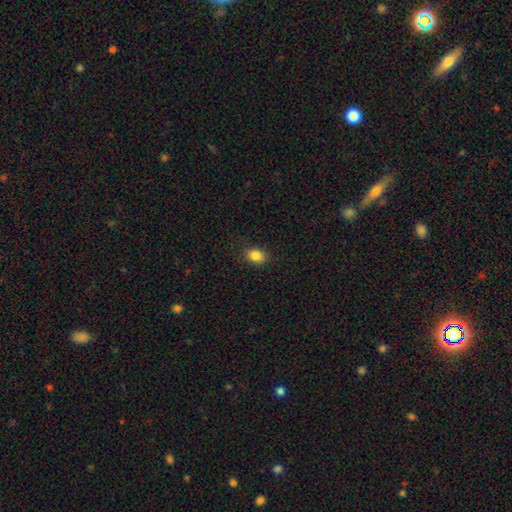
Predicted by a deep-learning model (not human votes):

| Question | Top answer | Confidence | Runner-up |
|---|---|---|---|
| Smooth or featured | smooth | 86% | star or artifact (10%) |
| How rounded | in between | 63% | round (36%) |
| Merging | none | 87% | minor disturbance (9%) |